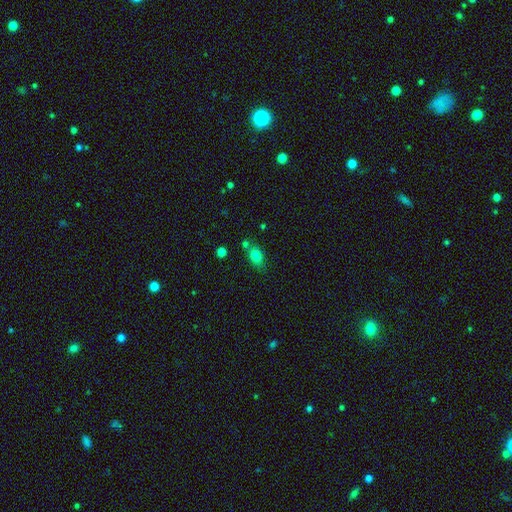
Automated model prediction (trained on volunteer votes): A smooth galaxy with no disk features (81%) that is in between round and cigar-shaped (71%).

Vote fractions:
- Smooth or featured? smooth: 81% / star or artifact: 11% / featured or disk: 8%
- How rounded? in between: 71% / round: 26% / cigar-shaped: 3%
- Merging? none: 64% / minor disturbance: 17% / merger: 15% / major disturbance: 5%